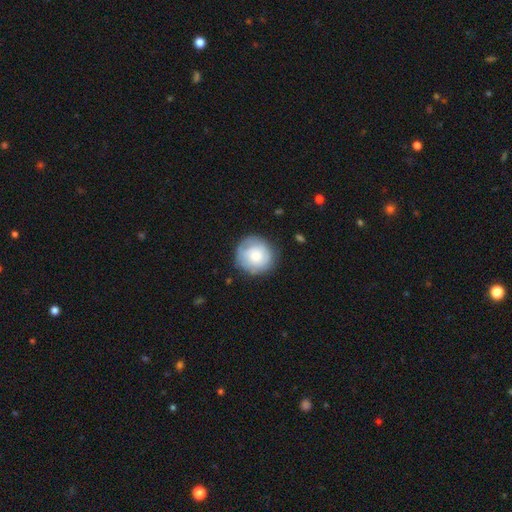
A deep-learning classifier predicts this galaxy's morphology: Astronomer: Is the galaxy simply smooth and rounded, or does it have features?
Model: smooth — 65%.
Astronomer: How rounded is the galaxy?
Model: round — 93%.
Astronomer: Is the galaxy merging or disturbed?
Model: none — 80%.